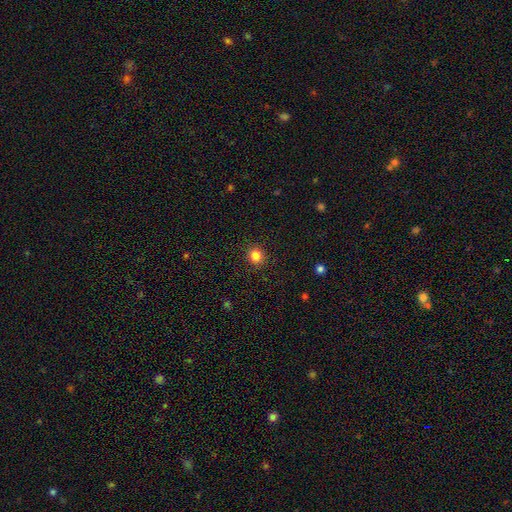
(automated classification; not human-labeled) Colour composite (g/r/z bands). It shows a smooth galaxy with no disk features (84%) that is round (87%). Merging: none (90%).